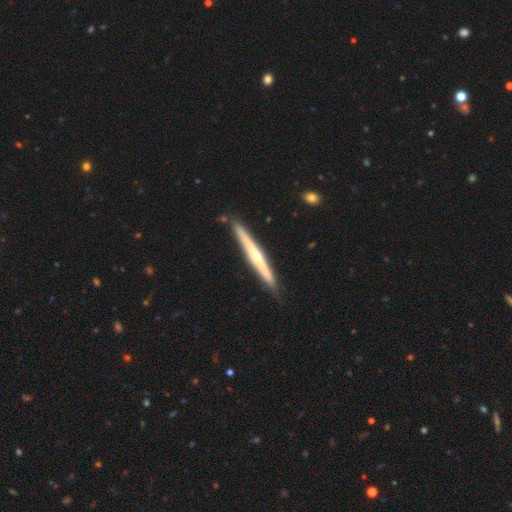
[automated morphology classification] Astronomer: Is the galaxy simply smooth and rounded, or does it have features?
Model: featured or disk — 64%.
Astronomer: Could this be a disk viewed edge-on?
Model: yes — 96%.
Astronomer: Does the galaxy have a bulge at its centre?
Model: rounded — 53% (runner-up: none, 41%).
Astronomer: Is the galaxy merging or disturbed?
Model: none — 85%.